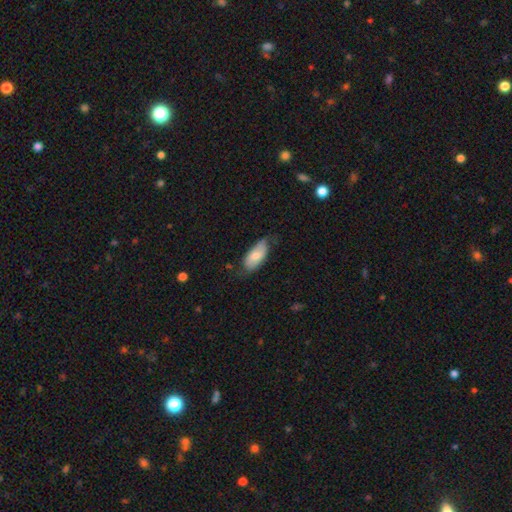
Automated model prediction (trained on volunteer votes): Smooth or featured: smooth — 73% (featured or disk — 22%)
How rounded: in between — 91% (cigar-shaped — 7%)
Merging: none — 61% (minor disturbance — 30%)